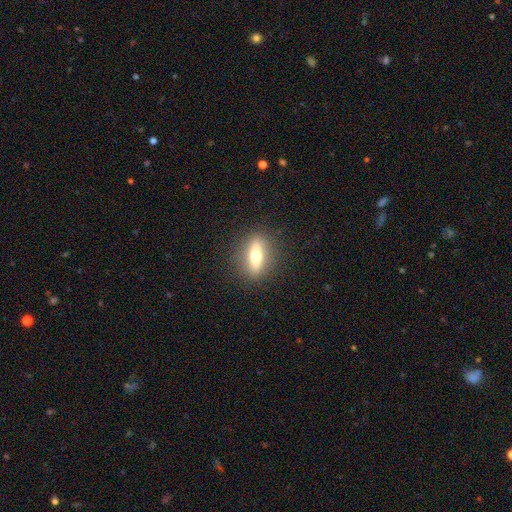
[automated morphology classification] This appears to be a smooth galaxy with no disk features (47%). Merging: none (87%).